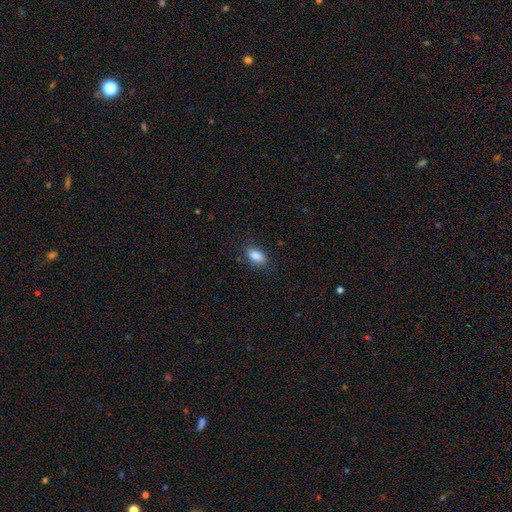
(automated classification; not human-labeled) smooth-or-featured: smooth: 86% | star or artifact: 8% | featured or disk: 6%
  how-rounded: in between: 88% | round: 7% | cigar-shaped: 5%
  merging: none: 82% | minor disturbance: 13% | major disturbance: 3% | merger: 1%